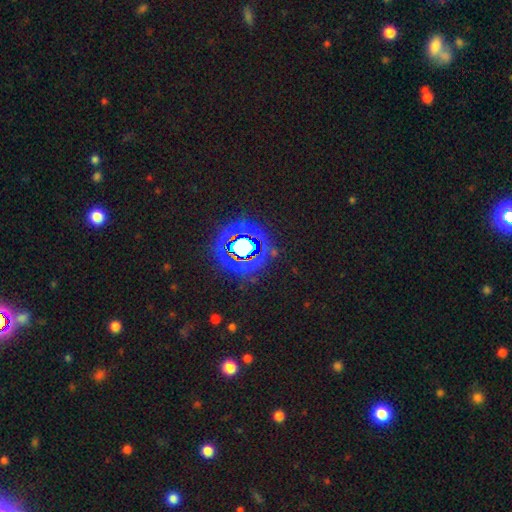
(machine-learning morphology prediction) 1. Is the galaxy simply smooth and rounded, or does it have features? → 79% star or artifact, 13% smooth, 8% featured or disk.